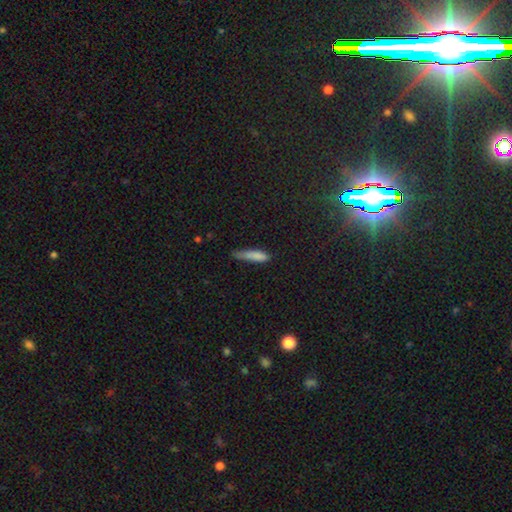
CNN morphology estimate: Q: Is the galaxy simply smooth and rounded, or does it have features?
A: smooth — 82%.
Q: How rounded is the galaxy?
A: cigar-shaped — 73%.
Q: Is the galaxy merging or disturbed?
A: none — 45%.